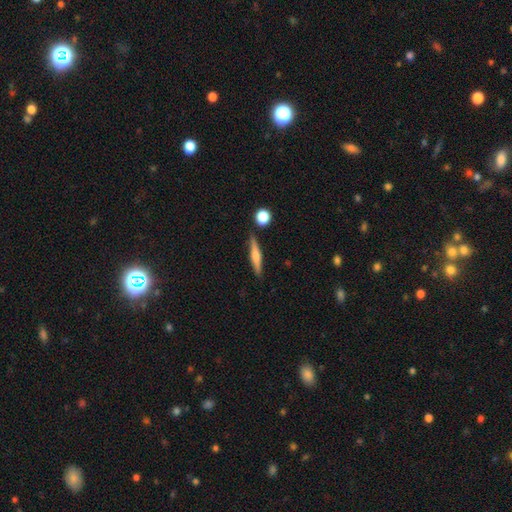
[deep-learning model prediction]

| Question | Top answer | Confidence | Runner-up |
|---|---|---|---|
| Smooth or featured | smooth | 49% | featured or disk (44%) |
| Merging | none | 84% | minor disturbance (9%) |